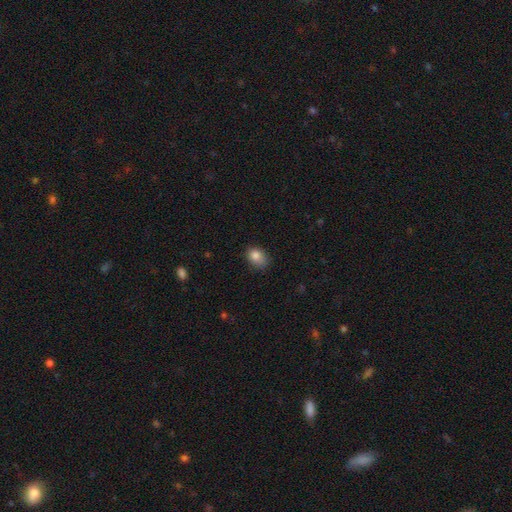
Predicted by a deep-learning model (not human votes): Morphology: type=smooth (84%); roundness=in between (72%); merging=none (72%).